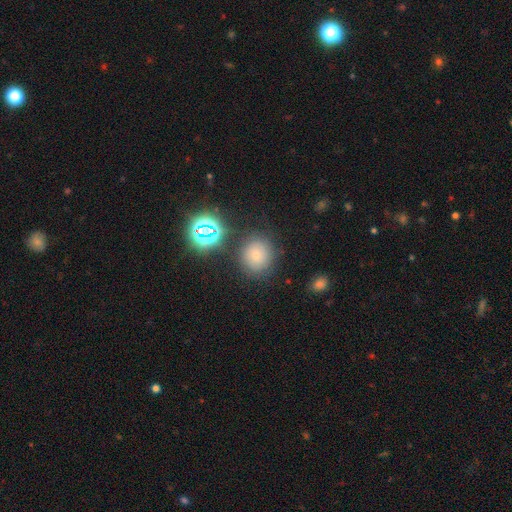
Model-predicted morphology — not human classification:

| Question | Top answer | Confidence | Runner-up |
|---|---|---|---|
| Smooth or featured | smooth | 59% | star or artifact (31%) |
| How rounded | round | 84% | in between (15%) |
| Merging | none | 83% | minor disturbance (10%) |